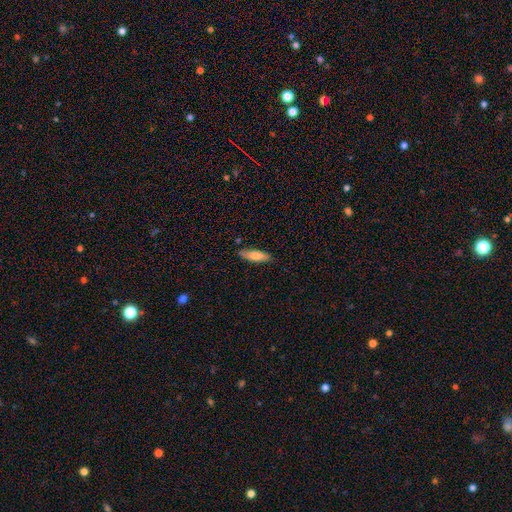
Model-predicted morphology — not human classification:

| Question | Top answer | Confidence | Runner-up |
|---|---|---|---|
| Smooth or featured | smooth | 74% | featured or disk (20%) |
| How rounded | cigar-shaped | 60% | in between (38%) |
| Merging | none | 83% | minor disturbance (13%) |